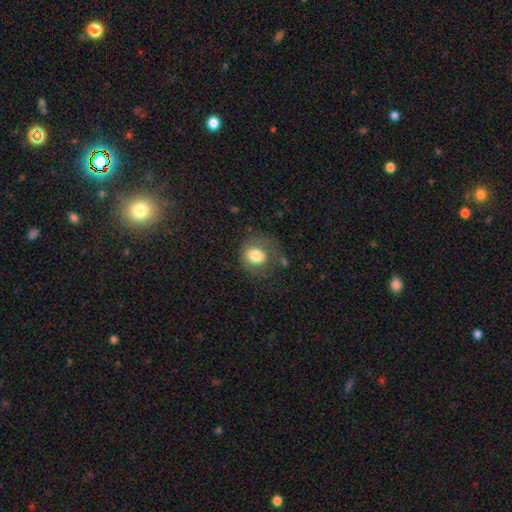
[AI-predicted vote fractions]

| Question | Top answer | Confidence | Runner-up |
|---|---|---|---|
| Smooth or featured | smooth | 76% | featured or disk (14%) |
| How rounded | round | 70% | in between (30%) |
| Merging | none | 53% | minor disturbance (25%) |